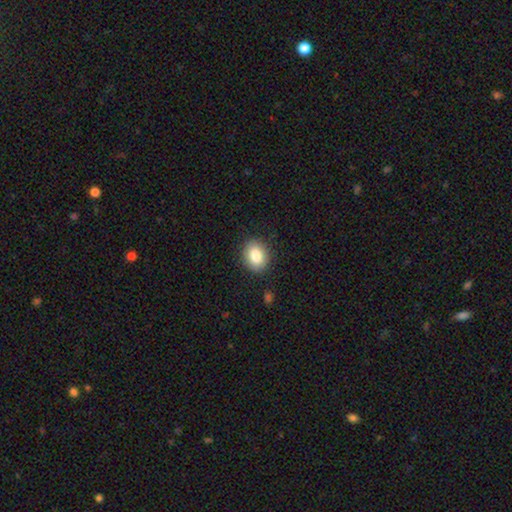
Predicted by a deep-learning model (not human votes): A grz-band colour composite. It shows a smooth galaxy with no disk features (85%) that is in between round and cigar-shaped (54%). Merging: none (87%).